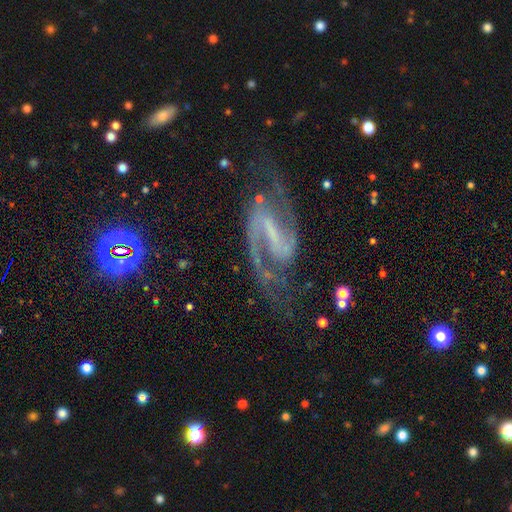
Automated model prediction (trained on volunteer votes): Smooth or featured: featured or disk — 90% (star or artifact — 6%)
Edge-on disk: no — 97% (yes — 3%)
Bar: strong — 51% (weak — 37%)
Spiral arms: yes — 98% (no — 2%)
Spiral winding: medium — 58% (loose — 26%)
Spiral arm count: 2 — 93% (1 — 2%)
Bulge size: none — 47% (small — 41%)
Merging: none — 71% (minor disturbance — 16%)